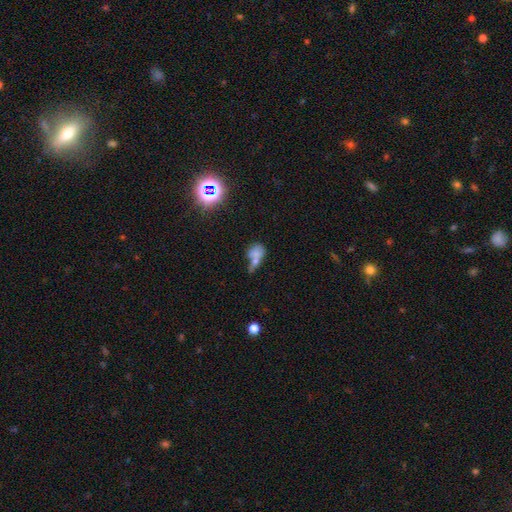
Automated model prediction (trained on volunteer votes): Smooth or featured? smooth (62%)
How rounded? in between (66%)
Merging? merger (51%)